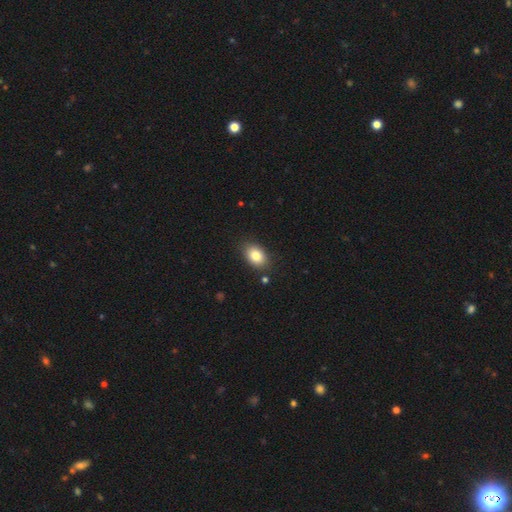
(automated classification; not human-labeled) smooth 83%, featured or disk 9%, star or artifact 8%. Down the decision tree: how rounded — in between (84%); merging — none (86%).